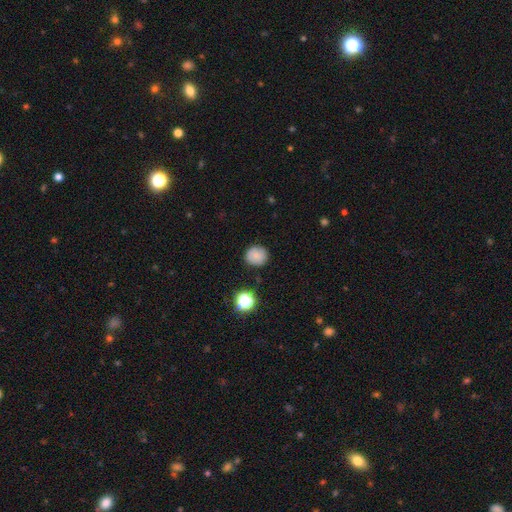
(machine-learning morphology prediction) Smooth or featured? Predicted: smooth (p=0.81). How rounded? Predicted: round (p=0.85). Merging? Predicted: none (p=0.85).